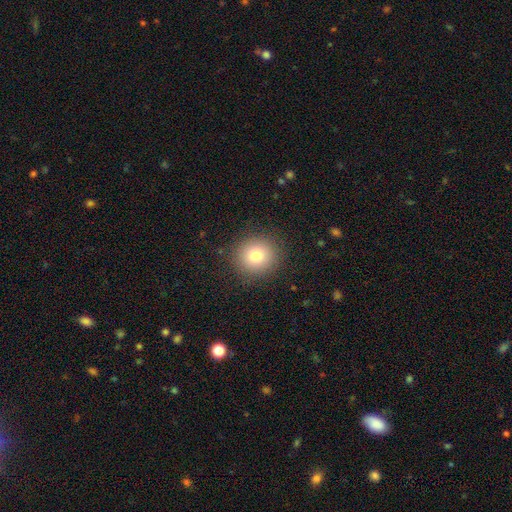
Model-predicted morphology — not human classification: A smooth galaxy with no disk features (79%) that is round (90%). Merging: none (89%).